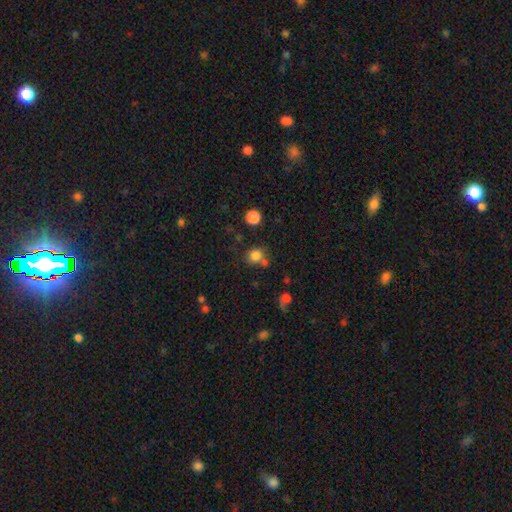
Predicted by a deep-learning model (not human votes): smooth_or_featured: smooth (p=0.81) [alt: star or artifact p=0.13]
how_rounded: round (p=0.81) [alt: in between p=0.18]
merging: none (p=0.64) [alt: merger p=0.19]